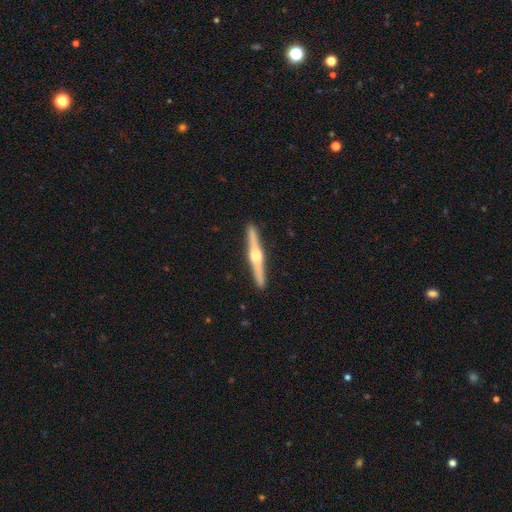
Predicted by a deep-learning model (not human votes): This is clearly a featured or disk galaxy (81%). It is clearly viewed edge-on (98%). Edge-on bulge: clearly rounded (94%). Merging: clearly none (93%).